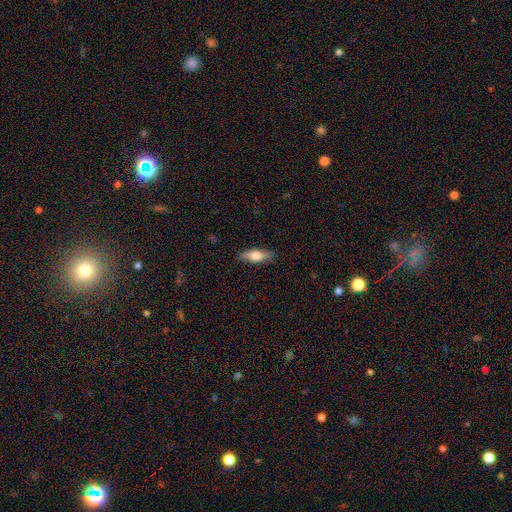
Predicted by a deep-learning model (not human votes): smooth-or-featured: smooth: 69% | featured or disk: 25% | star or artifact: 6%
  how-rounded: in between: 64% | cigar-shaped: 33% | round: 3%
  merging: none: 82% | minor disturbance: 14% | major disturbance: 3% | merger: 1%